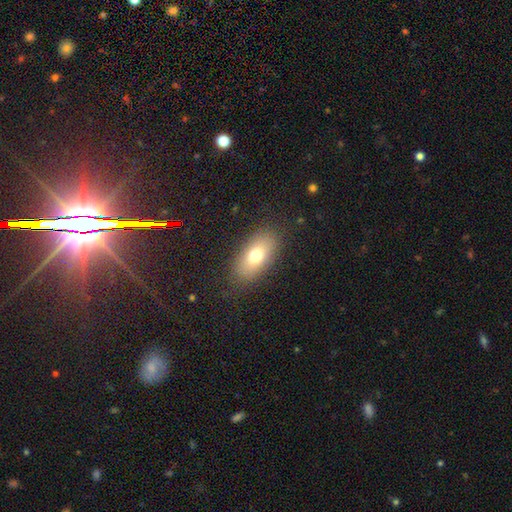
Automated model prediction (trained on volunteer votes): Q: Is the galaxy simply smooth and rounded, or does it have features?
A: smooth — 74%.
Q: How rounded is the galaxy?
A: in between — 88%.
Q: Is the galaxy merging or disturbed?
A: none — 83%.